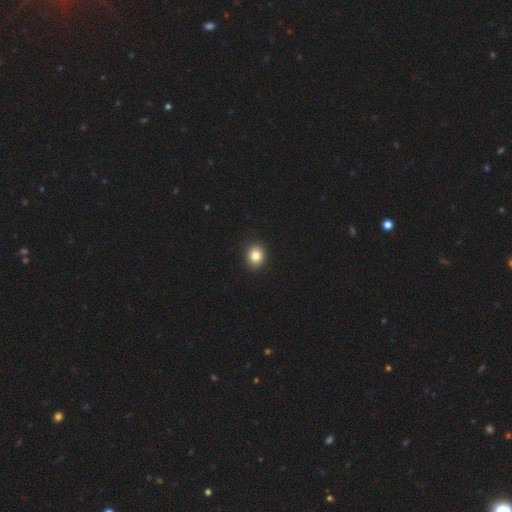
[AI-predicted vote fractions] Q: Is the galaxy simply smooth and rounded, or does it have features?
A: smooth — 84%.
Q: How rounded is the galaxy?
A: round — 61%.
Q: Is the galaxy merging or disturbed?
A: none — 91%.